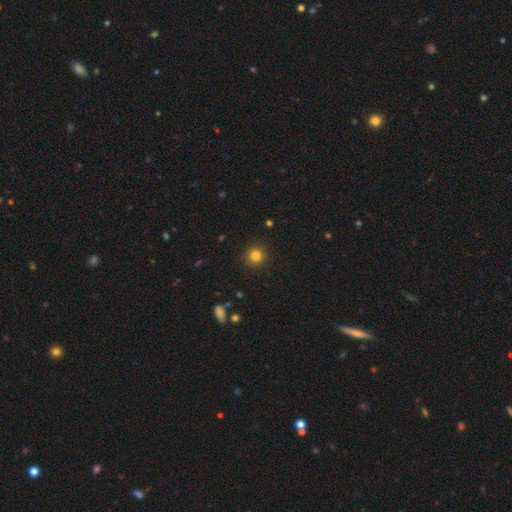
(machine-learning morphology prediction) A smooth galaxy with no disk features (82%) that is round (93%). Merging: none (91%).